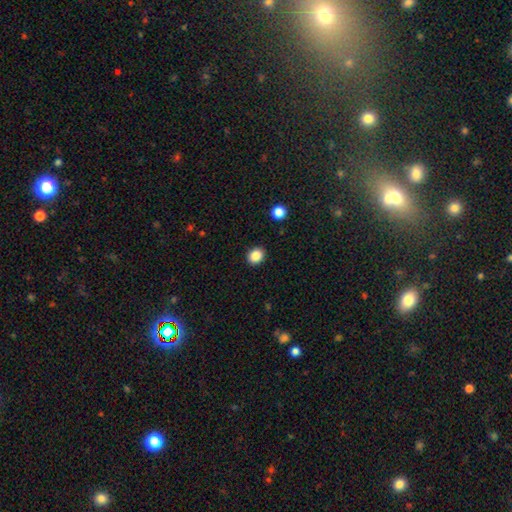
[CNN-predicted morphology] This is clearly a smooth galaxy (86%). How rounded: likely round (66%). Merging: clearly none (90%).